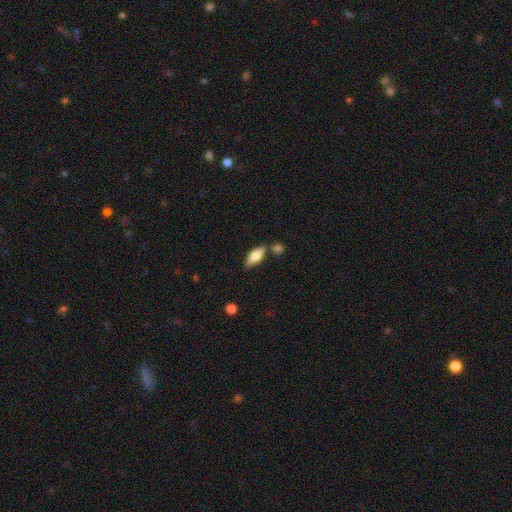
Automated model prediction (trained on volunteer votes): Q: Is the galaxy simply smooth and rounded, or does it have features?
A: smooth — 63%.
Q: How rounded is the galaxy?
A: in between — 71%.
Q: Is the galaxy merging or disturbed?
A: none — 73%.